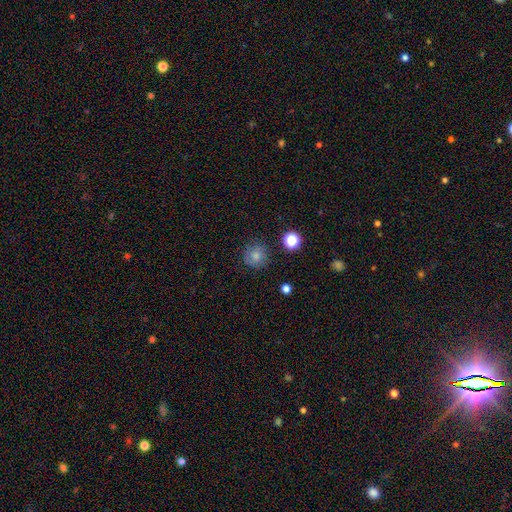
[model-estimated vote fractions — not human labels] Overall: smooth (75%). How rounded: round (91%). Merging: none (80%).